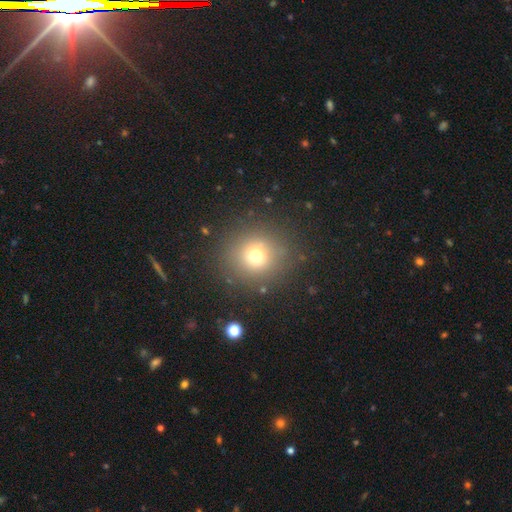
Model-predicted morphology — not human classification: This appears to be a smooth galaxy with no disk features (71%) that is round (91%). Merging: none (86%).